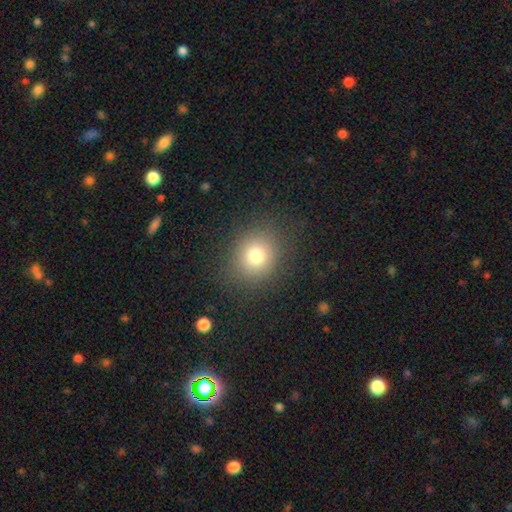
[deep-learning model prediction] Q: Smooth or featured?
A: smooth (76%); runner-up: star or artifact (14%)
Q: How rounded?
A: round (77%); runner-up: in between (22%)
Q: Merging?
A: none (85%); runner-up: minor disturbance (9%)